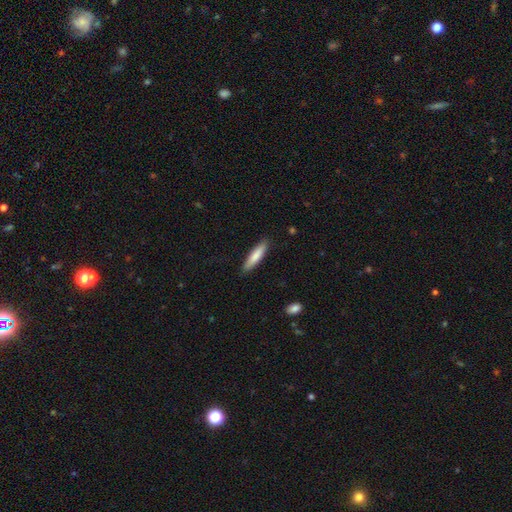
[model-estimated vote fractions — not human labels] Q: Smooth or featured?
A: smooth (80%); runner-up: featured or disk (15%)
Q: How rounded?
A: cigar-shaped (81%); runner-up: in between (18%)
Q: Merging?
A: none (88%); runner-up: minor disturbance (9%)